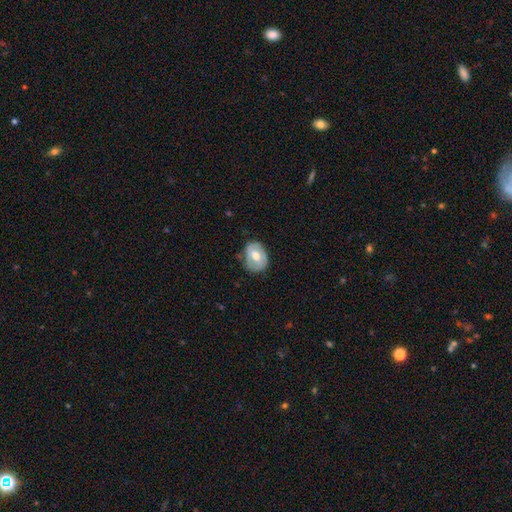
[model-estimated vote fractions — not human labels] The model was most divided on "smooth or featured": smooth: 51%, featured or disk: 43%, star or artifact: 7%. More confident: merging — none (70%); how rounded — in between (59%).